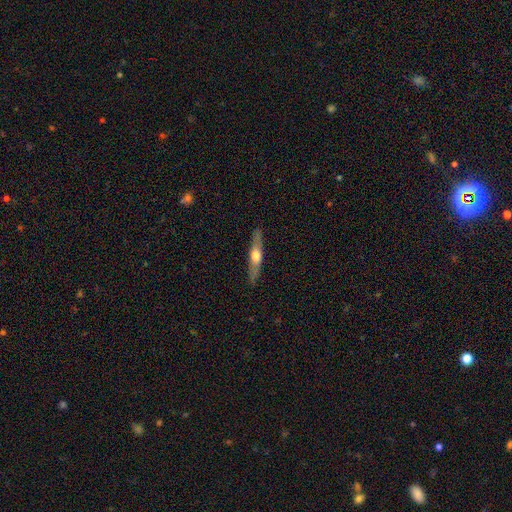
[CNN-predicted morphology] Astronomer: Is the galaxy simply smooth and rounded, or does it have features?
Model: featured or disk — 61%.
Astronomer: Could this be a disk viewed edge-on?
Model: yes — 93%.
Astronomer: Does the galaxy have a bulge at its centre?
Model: rounded — 91%.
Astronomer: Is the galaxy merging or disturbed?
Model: none — 88%.